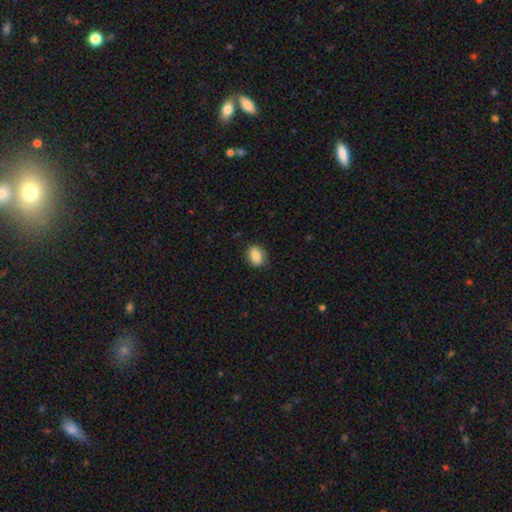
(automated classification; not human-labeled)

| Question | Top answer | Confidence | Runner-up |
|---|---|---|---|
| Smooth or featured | smooth | 85% | star or artifact (8%) |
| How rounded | in between | 69% | round (30%) |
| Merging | none | 83% | minor disturbance (13%) |